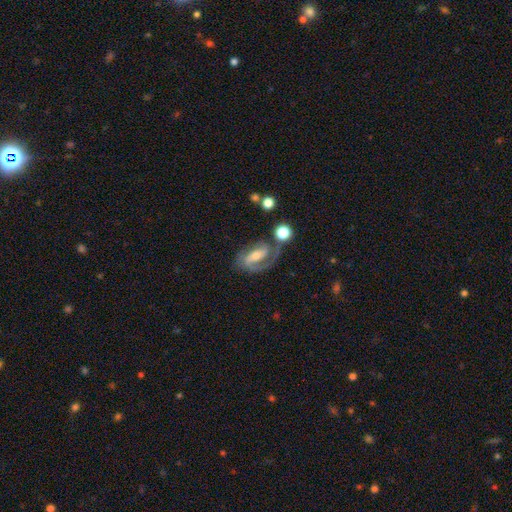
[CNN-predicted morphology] A featured or disk galaxy (80%) with a weak bar (38%, tied with strong), 2 (64%) medium (48%) spiral arms (93%) and a moderate central bulge (50%). Merging: none (57%).